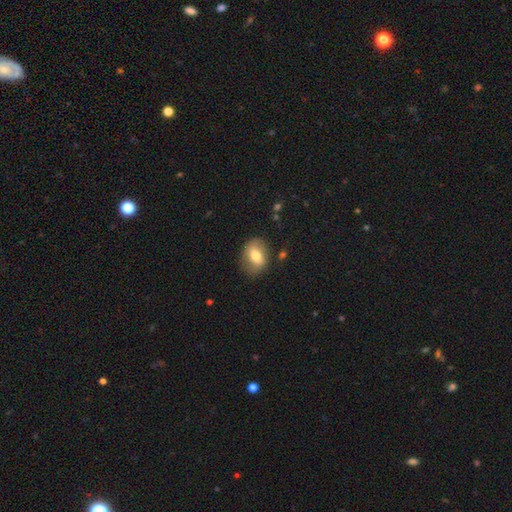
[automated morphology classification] Q: Smooth or featured?
A: smooth (68%); runner-up: featured or disk (24%)
Q: How rounded?
A: in between (72%); runner-up: round (27%)
Q: Merging?
A: none (76%); runner-up: minor disturbance (17%)